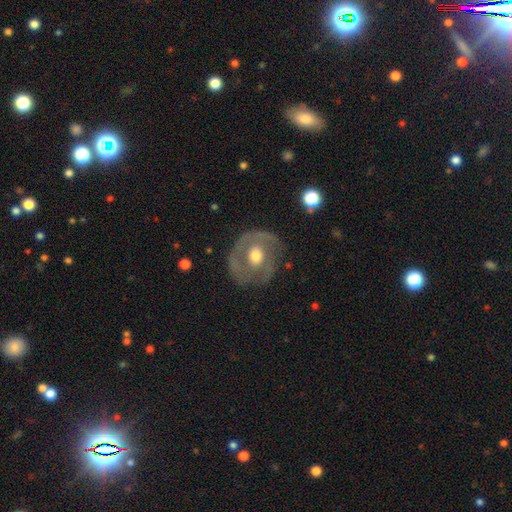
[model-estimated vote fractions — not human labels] A featured or disk galaxy (61%) with no bar (74%), no spiral arms (58%) and a moderate central bulge (70%).

Vote fractions:
- Smooth or featured? featured or disk: 61% / smooth: 33% / star or artifact: 6%
- Edge-on disk? no: 96% / yes: 4%
- Bar? no: 74% / weak: 20% / strong: 6%
- Spiral arms? no: 58% / yes: 42%
- Bulge size? moderate: 70% / large: 18% / small: 9% / dominant: 1% / none: 1%
- Merging? none: 68% / minor disturbance: 19% / major disturbance: 11% / merger: 2%